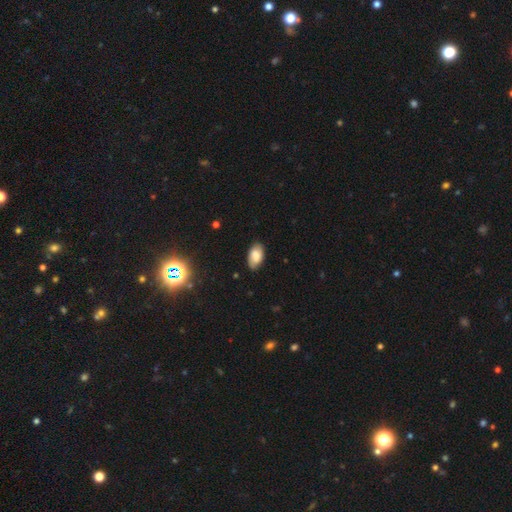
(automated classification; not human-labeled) A smooth galaxy with no disk features (78%) that is in between round and cigar-shaped (94%). Merging: none (82%).